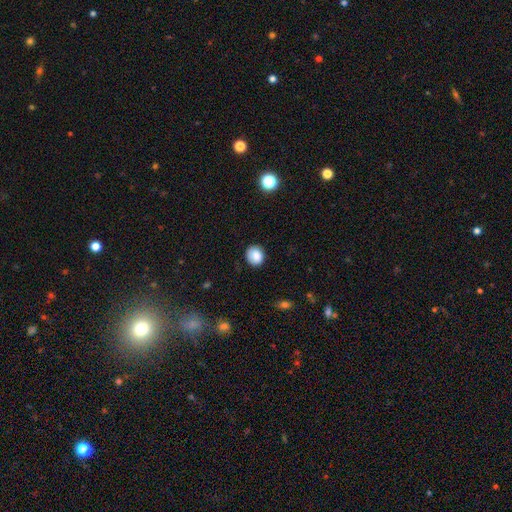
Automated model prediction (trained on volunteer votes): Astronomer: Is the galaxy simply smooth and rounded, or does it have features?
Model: smooth — 87%.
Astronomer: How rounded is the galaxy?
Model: round — 75%.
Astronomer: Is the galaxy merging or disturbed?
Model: none — 86%.